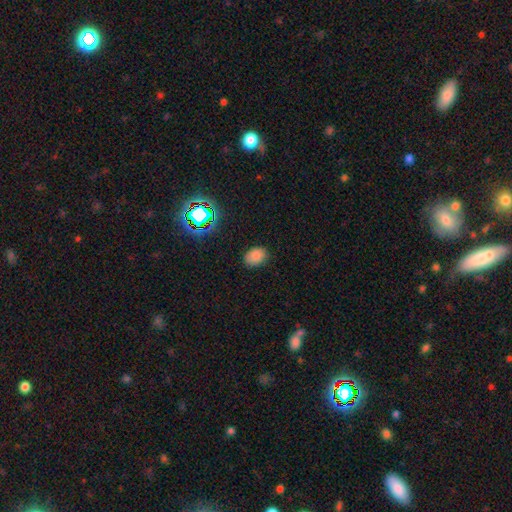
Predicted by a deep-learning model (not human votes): Q: Smooth or featured?
A: smooth (80%); runner-up: star or artifact (15%)
Q: How rounded?
A: in between (71%); runner-up: round (28%)
Q: Merging?
A: none (84%); runner-up: minor disturbance (12%)